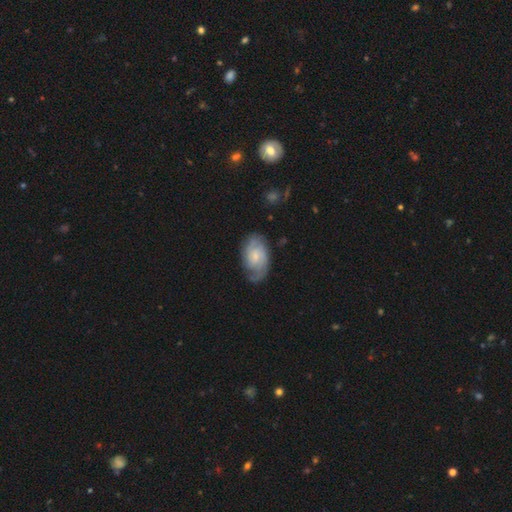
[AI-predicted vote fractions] A featured or disk galaxy (72%) with no bar (62%), 2 (55%) tight (46%) spiral arms (94%) and a small central bulge (53%).

Vote fractions:
- Smooth or featured? featured or disk: 72% / smooth: 23% / star or artifact: 6%
- Edge-on disk? no: 97% / yes: 3%
- Bar? no: 62% / weak: 34% / strong: 4%
- Spiral arms? yes: 94% / no: 6%
- Spiral winding? tight: 46% / medium: 40% / loose: 15%
- Spiral arm count? 2: 55% / can't tell: 22% / 3: 10% / 1: 7% / 4: 3% / more than 4: 3%
- Bulge size? small: 53% / moderate: 30% / none: 11% / large: 5% / dominant: 1%
- Merging? none: 70% / minor disturbance: 21% / major disturbance: 8% / merger: 2%